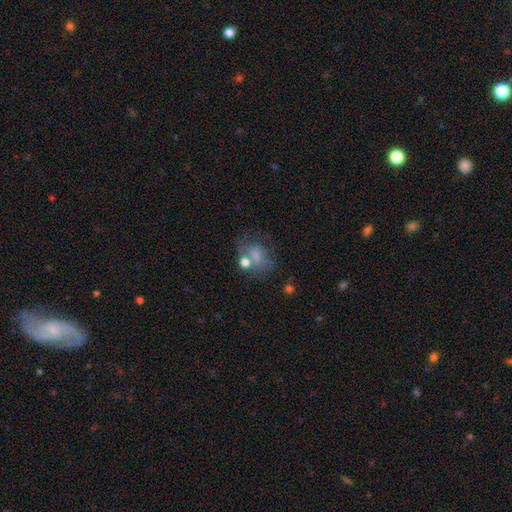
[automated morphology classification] Smooth or featured: smooth — 54% (featured or disk — 29%)
How rounded: in between — 56% (round — 43%)
Merging: none — 36% (major disturbance — 25%)